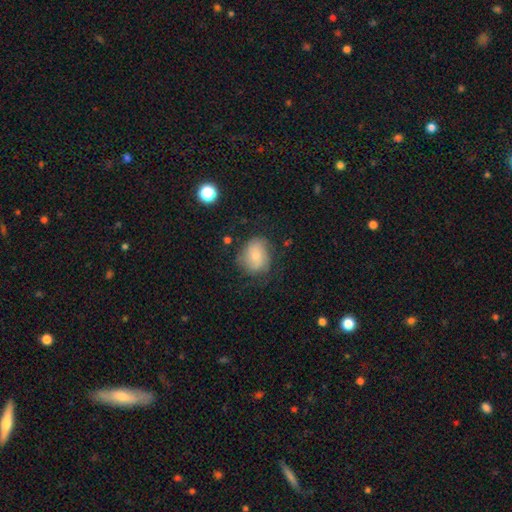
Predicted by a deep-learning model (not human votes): smooth 66%, featured or disk 26%, star or artifact 8%. Down the decision tree: how rounded — round (59%); merging — none (61%).